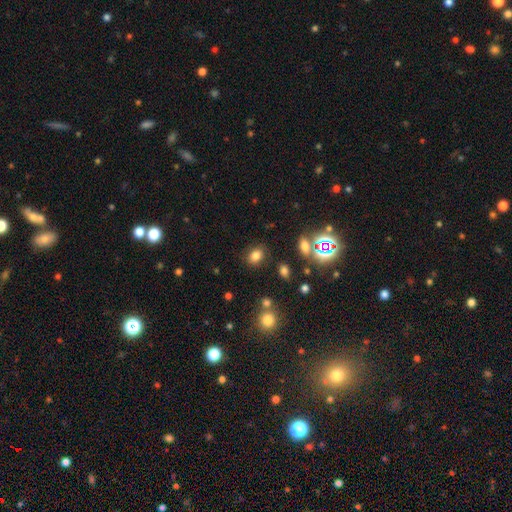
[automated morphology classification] Smooth or featured? smooth (77%)
How rounded? in between (64%)
Merging? none (81%)